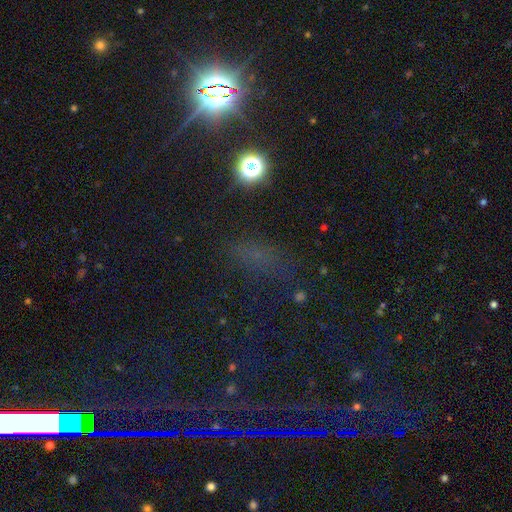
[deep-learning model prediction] smooth-or-featured: star or artifact: 58% | smooth: 32% | featured or disk: 9%